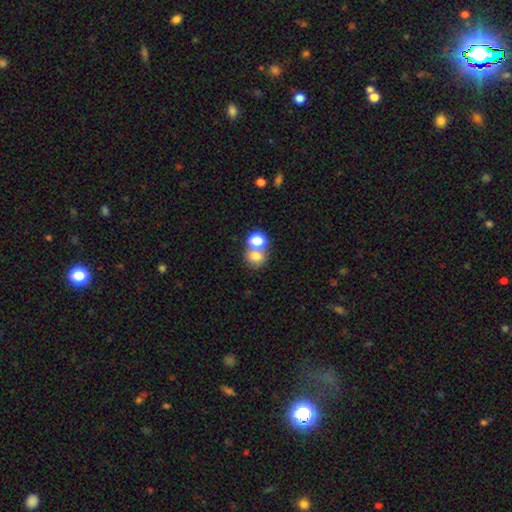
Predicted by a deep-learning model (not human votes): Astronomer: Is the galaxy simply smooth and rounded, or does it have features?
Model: smooth — 73%.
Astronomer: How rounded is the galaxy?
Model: round — 70%.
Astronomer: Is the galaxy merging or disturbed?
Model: merger — 45% (runner-up: none, 43%).